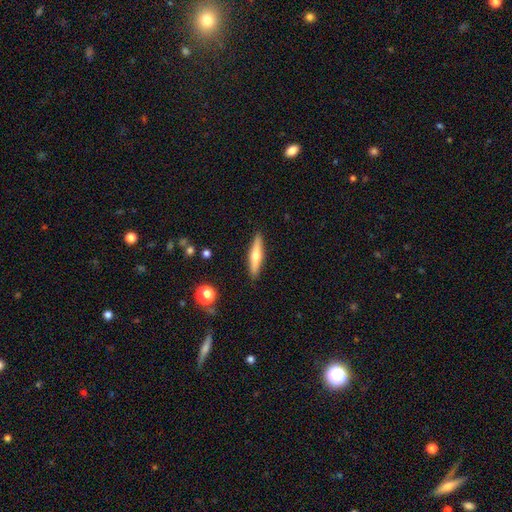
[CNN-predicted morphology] Overall: smooth (49%; featured or disk 45%). Merging: none (90%).